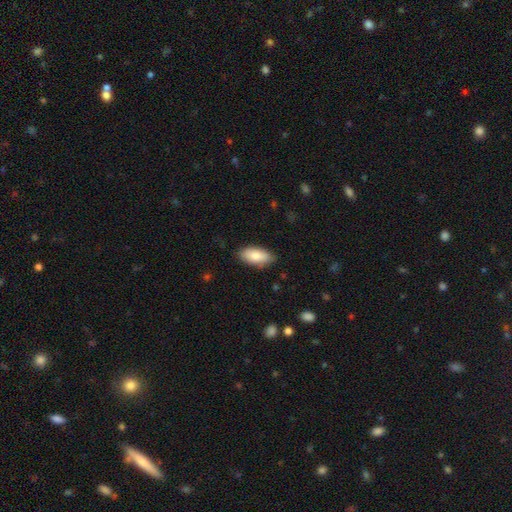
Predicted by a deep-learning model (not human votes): Smooth or featured?
  - smooth: 83% *
  - featured or disk: 11%
  - star or artifact: 6%
How rounded?
  - in between: 90% *
  - cigar-shaped: 8%
  - round: 2%
Merging?
  - none: 83% *
  - minor disturbance: 13%
  - major disturbance: 2%
  - merger: 1%